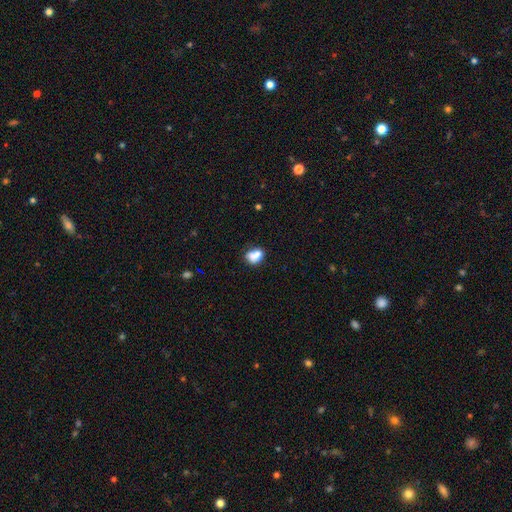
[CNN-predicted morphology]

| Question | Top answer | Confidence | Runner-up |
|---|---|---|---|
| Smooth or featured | smooth | 79% | featured or disk (11%) |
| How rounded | in between | 62% | round (37%) |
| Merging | none | 45% | merger (26%) |